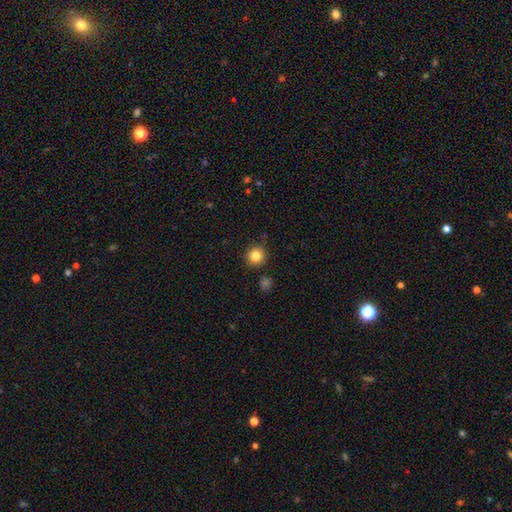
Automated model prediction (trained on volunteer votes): A smooth galaxy with no disk features (85%) that is round (93%).

Vote fractions:
- Smooth or featured? smooth: 85% / star or artifact: 11% / featured or disk: 5%
- How rounded? round: 93% / in between: 6% / cigar-shaped: 1%
- Merging? none: 85% / minor disturbance: 9% / merger: 3% / major disturbance: 3%